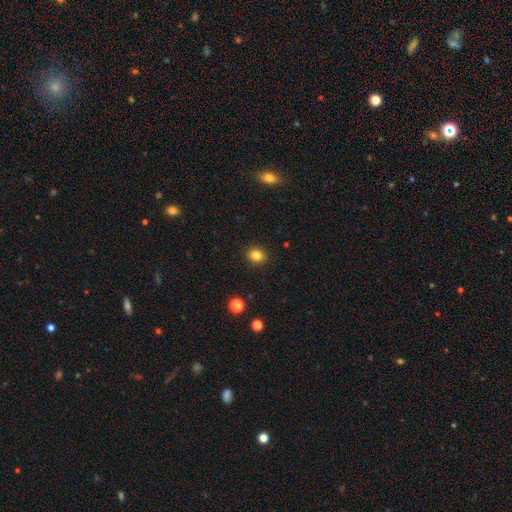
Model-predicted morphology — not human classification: The model was most divided on "how rounded": round: 65%, in between: 34%, cigar-shaped: 1%. More confident: merging — none (90%); smooth or featured — smooth (83%).